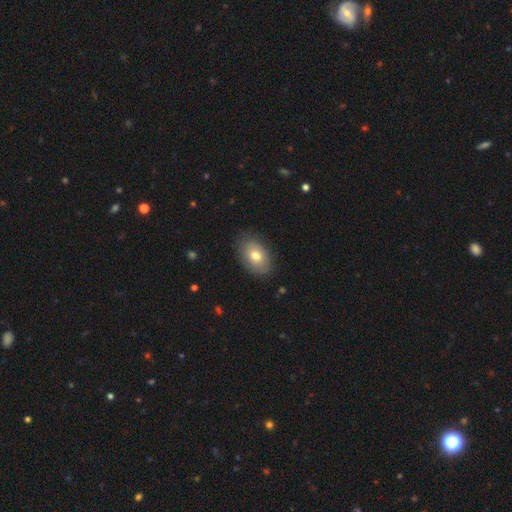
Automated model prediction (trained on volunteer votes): A smooth galaxy with no disk features (74%) that is in between round and cigar-shaped (87%). Merging: none (82%).